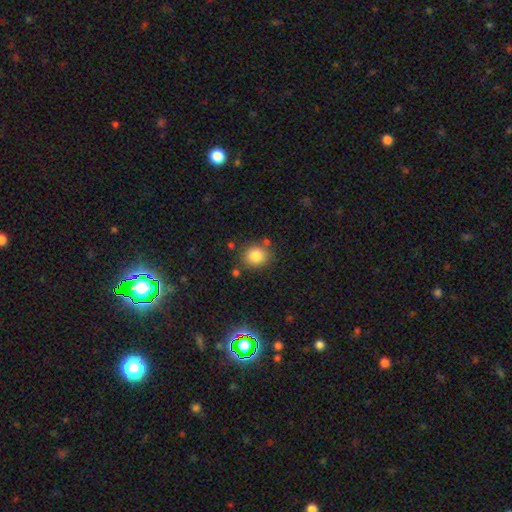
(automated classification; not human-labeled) This appears to be a smooth galaxy with no disk features (85%) that is round (77%). Merging: none (78%).